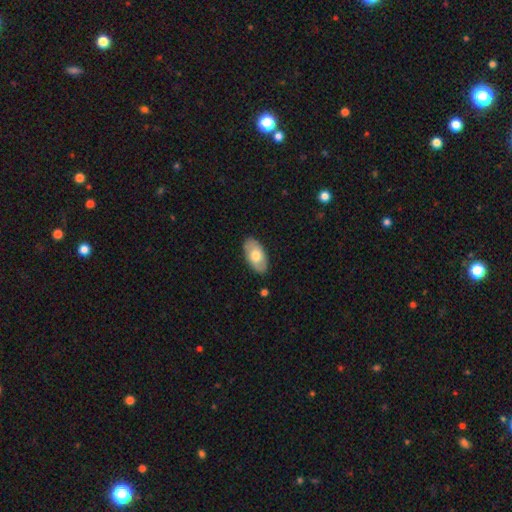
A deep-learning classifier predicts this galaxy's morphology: Smooth or featured? smooth (67%)
How rounded? in between (94%)
Merging? none (86%)